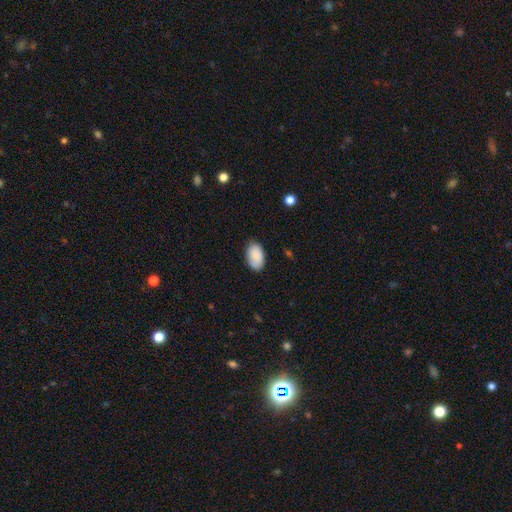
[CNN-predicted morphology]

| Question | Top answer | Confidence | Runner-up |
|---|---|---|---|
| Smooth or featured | smooth | 88% | star or artifact (6%) |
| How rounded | in between | 93% | round (6%) |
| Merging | none | 82% | minor disturbance (14%) |